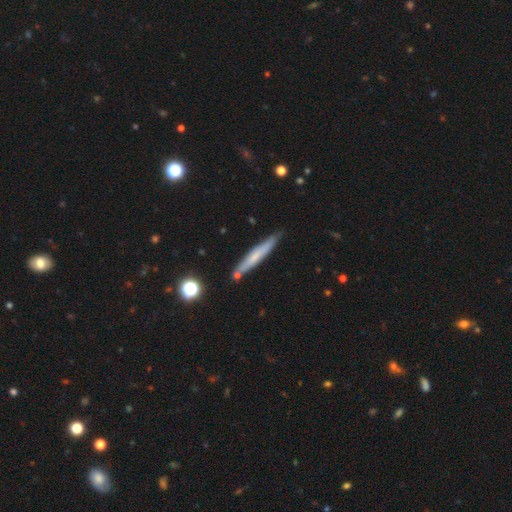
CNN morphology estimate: Q: Smooth or featured?
A: smooth (54%); runner-up: featured or disk (39%)
Q: How rounded?
A: cigar-shaped (95%); runner-up: in between (4%)
Q: Merging?
A: none (81%); runner-up: minor disturbance (12%)